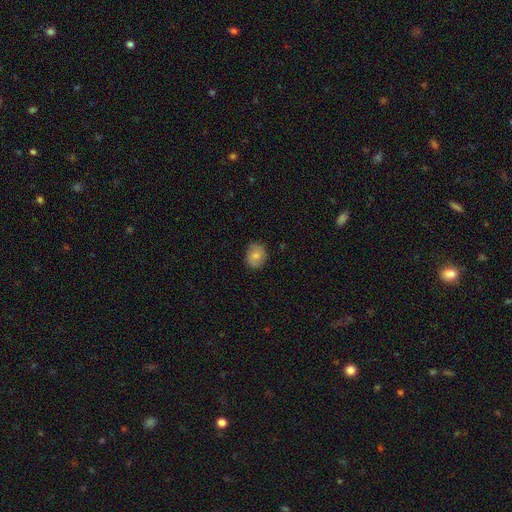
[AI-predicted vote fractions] smooth 75%, featured or disk 17%, star or artifact 8%. Down the decision tree: how rounded — round (68%); merging — none (83%).